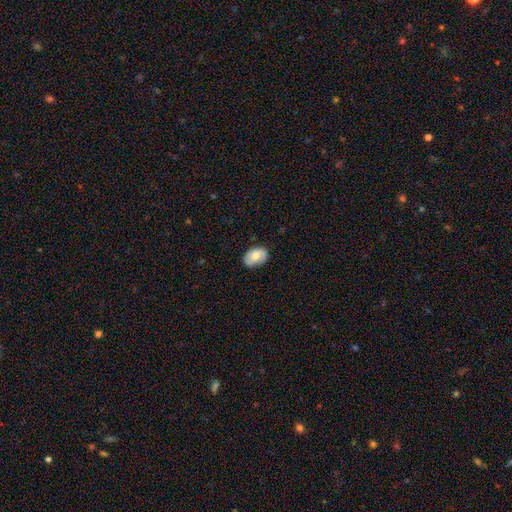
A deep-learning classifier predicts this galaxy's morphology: Smooth or featured?
  - smooth: 70% *
  - featured or disk: 23%
  - star or artifact: 7%
How rounded?
  - in between: 82% *
  - round: 17%
  - cigar-shaped: 1%
Merging?
  - none: 77% *
  - minor disturbance: 18%
  - major disturbance: 3%
  - merger: 1%